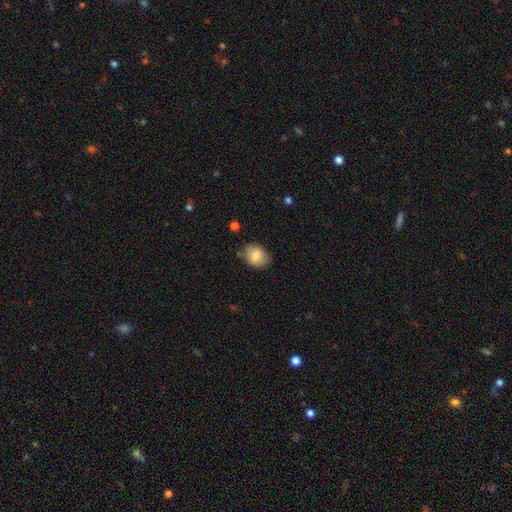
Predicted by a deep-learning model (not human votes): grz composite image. It shows a smooth galaxy with no disk features (80%) that is in between round and cigar-shaped (60%). Merging: none (77%).